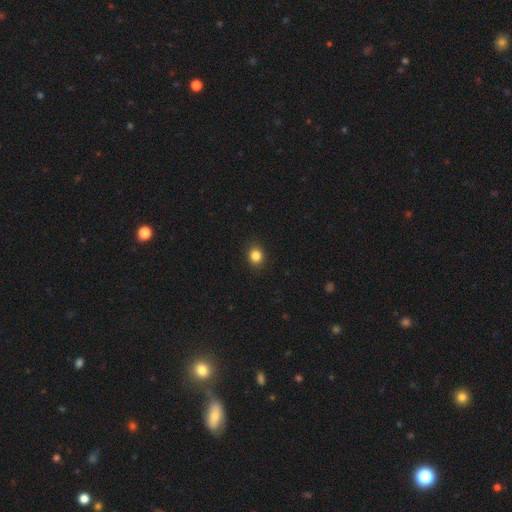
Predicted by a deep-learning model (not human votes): Smooth or featured? Predicted: smooth (p=0.85). How rounded? Predicted: round (p=0.77). Merging? Predicted: none (p=0.90).